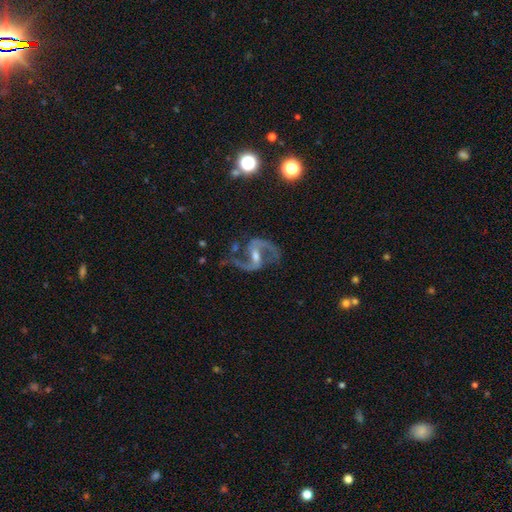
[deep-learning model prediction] This appears to be a featured or disk galaxy (92%) with a weak bar (45%), 2 (94%) medium (49%) spiral arms (98%) and a moderate central bulge (51%). Merging: none (73%).